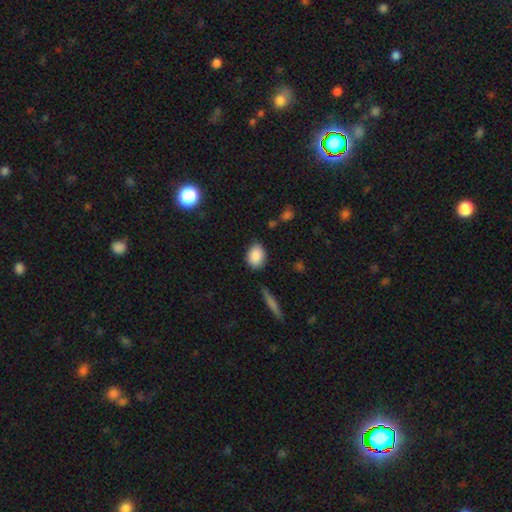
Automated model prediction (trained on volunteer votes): Overall: smooth (87%). How rounded: in between (71%). Merging: none (80%).